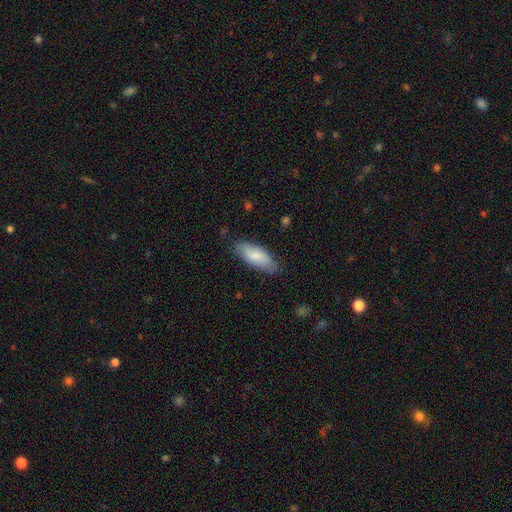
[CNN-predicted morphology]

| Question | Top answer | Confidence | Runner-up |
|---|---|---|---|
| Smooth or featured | smooth | 80% | featured or disk (14%) |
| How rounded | in between | 80% | cigar-shaped (19%) |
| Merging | none | 80% | minor disturbance (16%) |